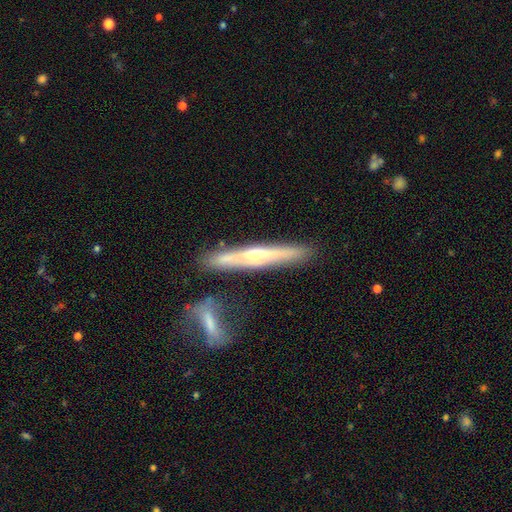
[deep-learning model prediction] Smooth or featured?
  - featured or disk: 65% *
  - smooth: 29%
  - star or artifact: 6%
Edge-on disk?
  - yes: 94% *
  - no: 6%
Edge-on bulge?
  - rounded: 81% *
  - none: 15%
  - boxy: 5%
Merging?
  - none: 80% *
  - minor disturbance: 10%
  - merger: 7%
  - major disturbance: 2%